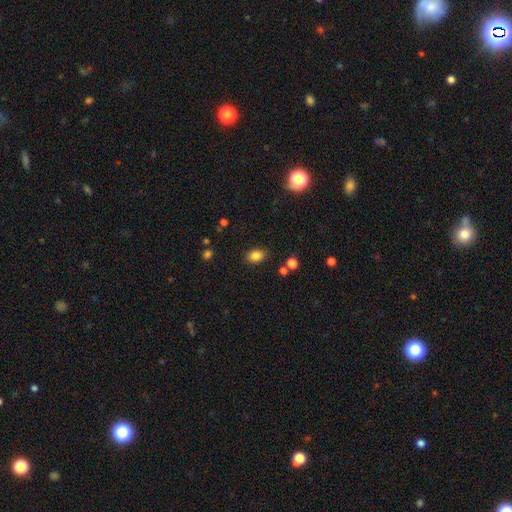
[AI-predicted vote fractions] Smooth or featured?
  - smooth: 83% *
  - star or artifact: 11%
  - featured or disk: 6%
How rounded?
  - in between: 71% *
  - round: 28%
  - cigar-shaped: 1%
Merging?
  - none: 84% *
  - minor disturbance: 11%
  - major disturbance: 3%
  - merger: 3%